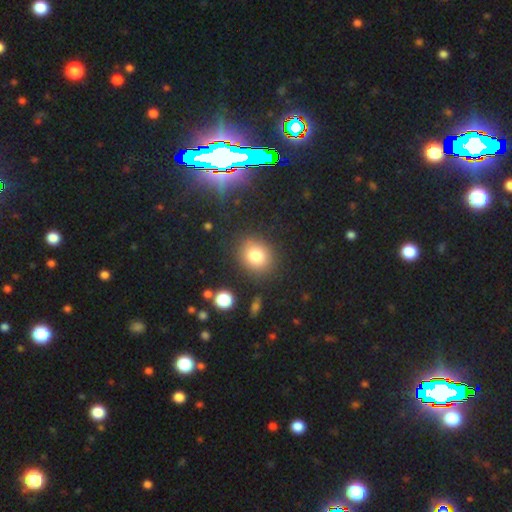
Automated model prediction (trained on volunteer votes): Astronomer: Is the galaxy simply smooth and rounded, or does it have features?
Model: smooth — 79%.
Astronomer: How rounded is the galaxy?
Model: round — 67%.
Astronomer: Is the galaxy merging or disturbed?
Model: none — 84%.